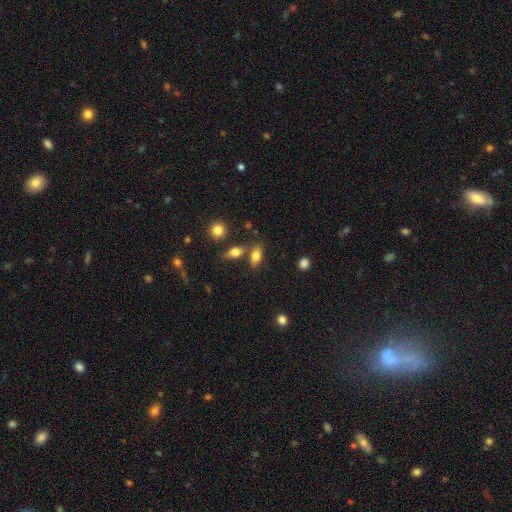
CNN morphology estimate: A smooth galaxy with no disk features (78%) that is in between round and cigar-shaped (84%). Merging: none (64%).